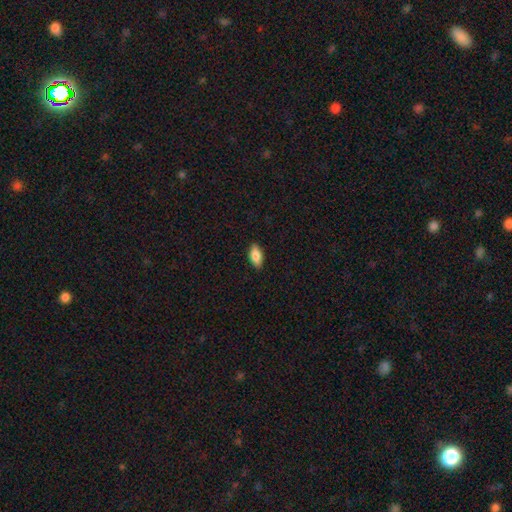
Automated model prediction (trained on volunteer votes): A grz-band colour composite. It shows a smooth galaxy with no disk features (82%) that is in between round and cigar-shaped (87%). Merging: none (89%).